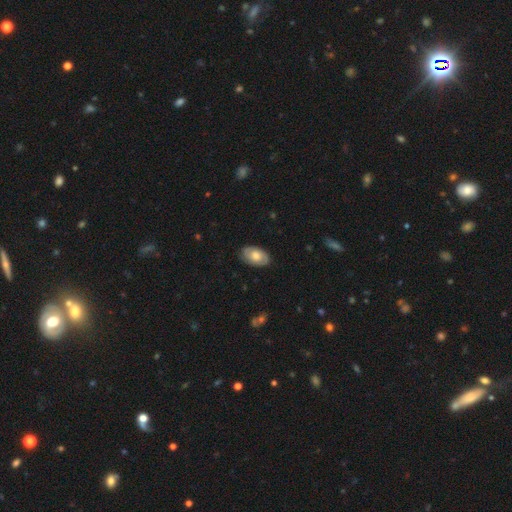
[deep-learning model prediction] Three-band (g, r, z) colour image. It shows a smooth galaxy with no disk features (54%) that is in between round and cigar-shaped (92%). Merging: none (84%).